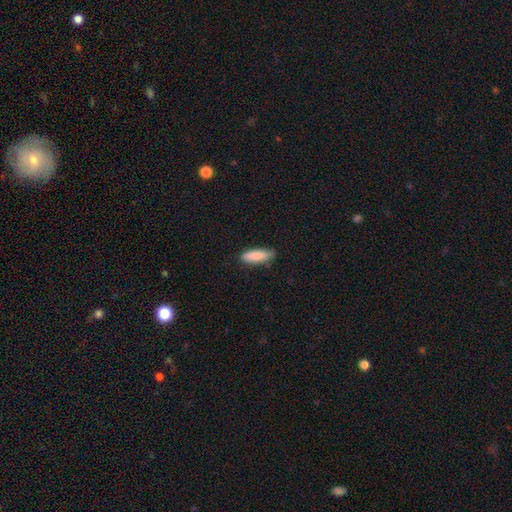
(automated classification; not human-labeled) Morphology: type=smooth (87%); roundness=in between (51%); merging=none (79%).